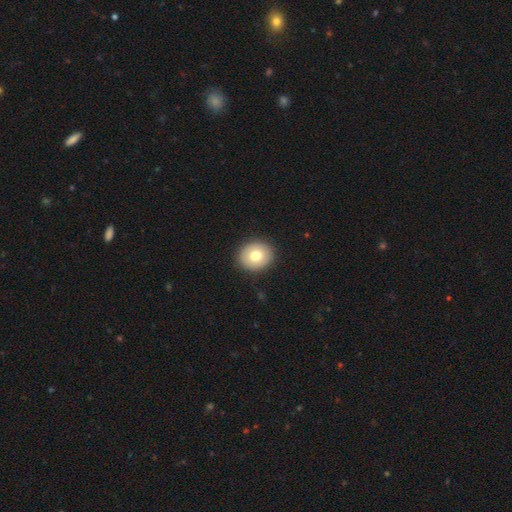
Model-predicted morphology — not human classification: This is likely a smooth galaxy (75%). How rounded: likely round (74%). Merging: clearly none (90%).